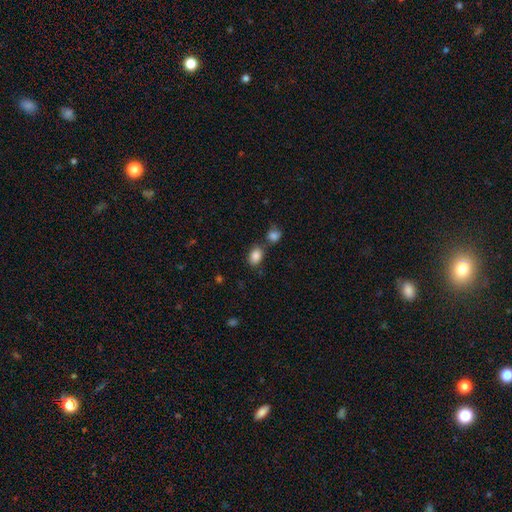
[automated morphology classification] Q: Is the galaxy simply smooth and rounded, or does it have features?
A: smooth — 85%.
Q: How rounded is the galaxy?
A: in between — 76%.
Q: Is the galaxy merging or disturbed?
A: none — 67%.